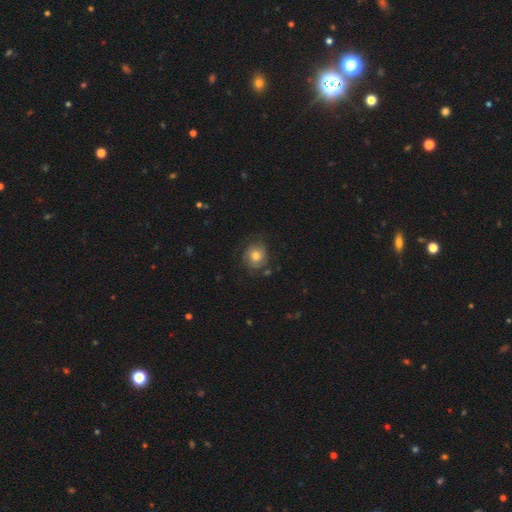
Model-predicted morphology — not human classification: type=smooth (59%); roundness=round (79%); merging=none (69%).